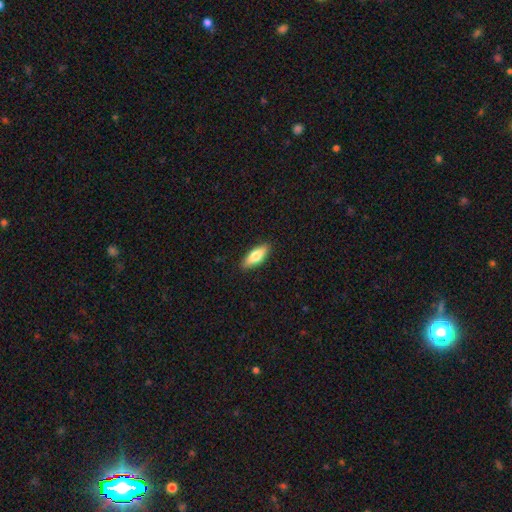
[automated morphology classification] This appears to be a smooth galaxy with no disk features (74%) that is in between round and cigar-shaped (66%). Merging: none (89%).